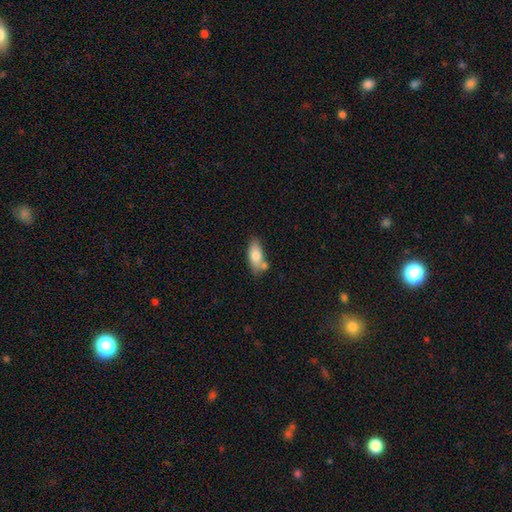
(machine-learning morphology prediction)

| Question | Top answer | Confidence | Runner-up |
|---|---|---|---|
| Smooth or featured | smooth | 76% | featured or disk (17%) |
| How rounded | in between | 83% | cigar-shaped (14%) |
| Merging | none | 56% | merger (20%) |